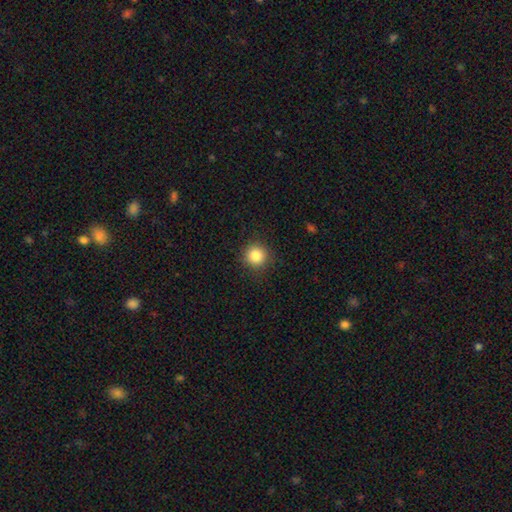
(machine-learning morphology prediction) This appears to be a smooth galaxy with no disk features (85%) that is round (94%). Merging: none (90%).